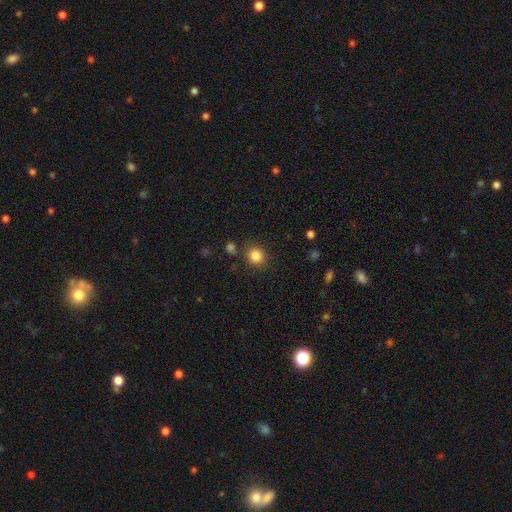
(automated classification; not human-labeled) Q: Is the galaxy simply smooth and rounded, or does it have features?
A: smooth — 84%.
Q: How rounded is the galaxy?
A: round — 84%.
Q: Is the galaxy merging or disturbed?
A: none — 84%.